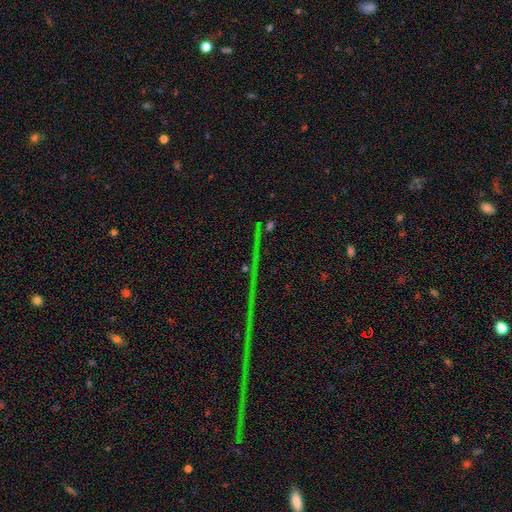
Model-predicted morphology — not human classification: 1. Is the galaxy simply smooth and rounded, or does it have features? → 85% star or artifact, 8% featured or disk, 7% smooth.